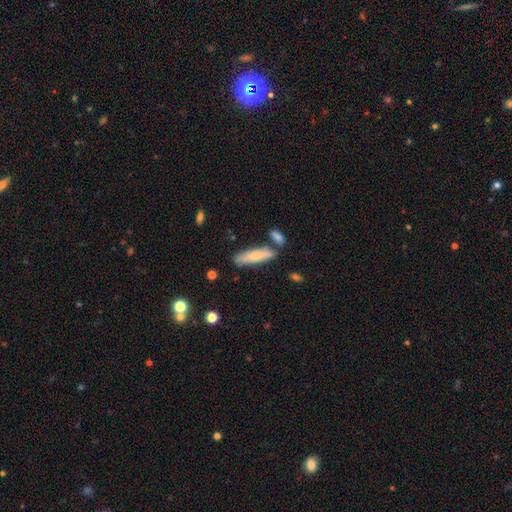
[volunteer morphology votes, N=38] Q: Smooth or featured?
A: smooth (71%); runner-up: featured or disk (29%)
Q: How rounded?
A: cigar-shaped (70%); runner-up: in between (30%)
Q: Merging?
A: none (61%); runner-up: minor disturbance (26%)